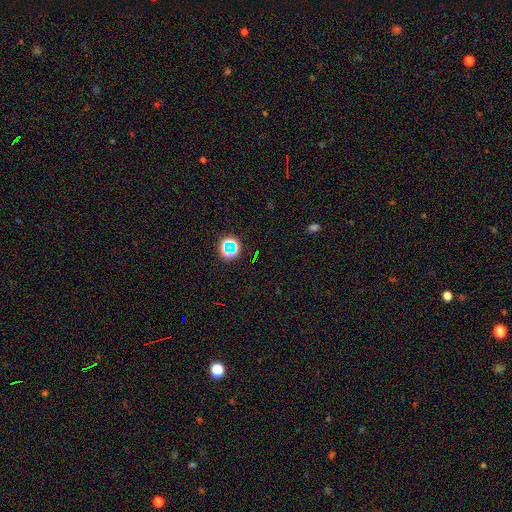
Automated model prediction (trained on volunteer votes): Morphology: type=star or artifact (69%).